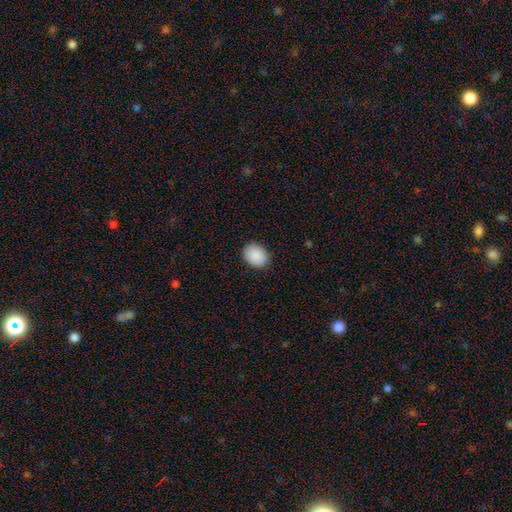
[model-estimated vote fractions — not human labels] The model was most divided on "how rounded": in between: 53%, round: 46%, cigar-shaped: 1%. More confident: smooth or featured — smooth (90%); merging — none (89%).